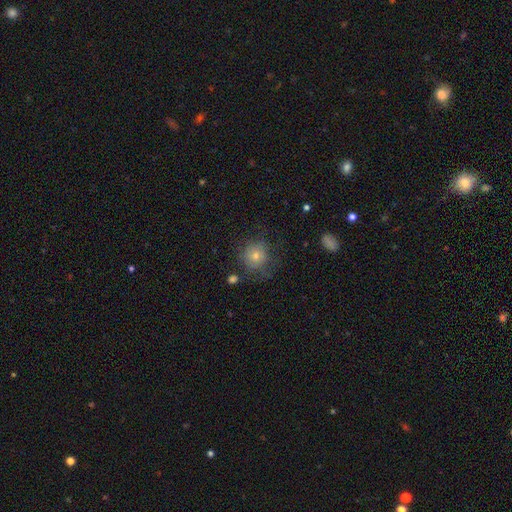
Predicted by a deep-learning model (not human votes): Smooth or featured?
  - smooth: 64% *
  - featured or disk: 19%
  - star or artifact: 16%
How rounded?
  - round: 90% *
  - in between: 9%
  - cigar-shaped: 1%
Merging?
  - none: 70% *
  - minor disturbance: 17%
  - major disturbance: 11%
  - merger: 2%